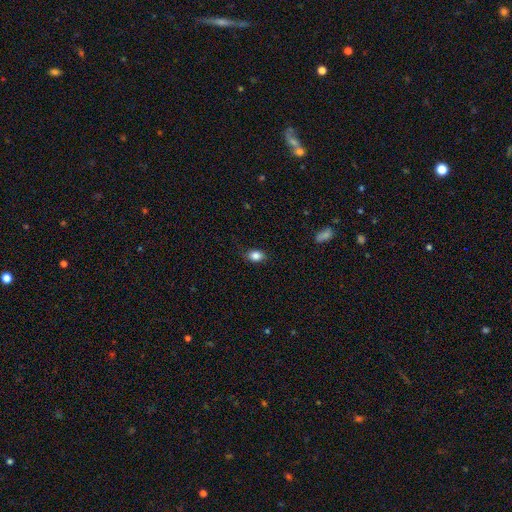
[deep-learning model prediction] Smooth or featured?
  - smooth: 85% *
  - star or artifact: 9%
  - featured or disk: 6%
How rounded?
  - in between: 78% *
  - round: 20%
  - cigar-shaped: 2%
Merging?
  - none: 80% *
  - minor disturbance: 16%
  - major disturbance: 3%
  - merger: 1%